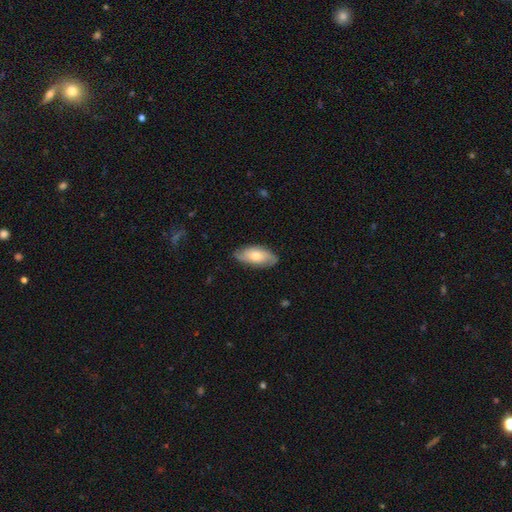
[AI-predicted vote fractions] Smooth or featured: featured or disk — 50% (smooth — 44%)
Merging: none — 79% (minor disturbance — 16%)